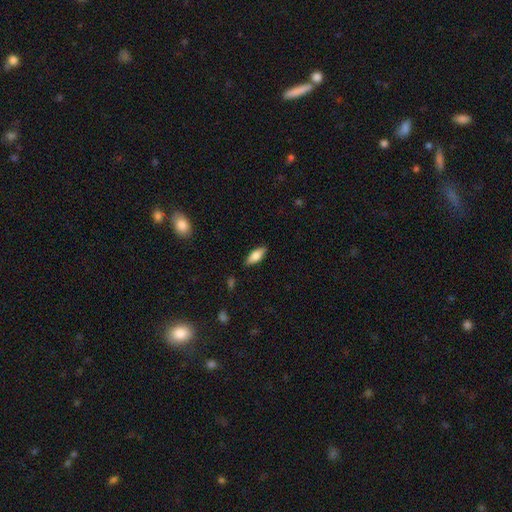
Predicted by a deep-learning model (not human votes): Smooth or featured: smooth — 71% (featured or disk — 22%)
How rounded: in between — 73% (cigar-shaped — 25%)
Merging: none — 86% (minor disturbance — 10%)